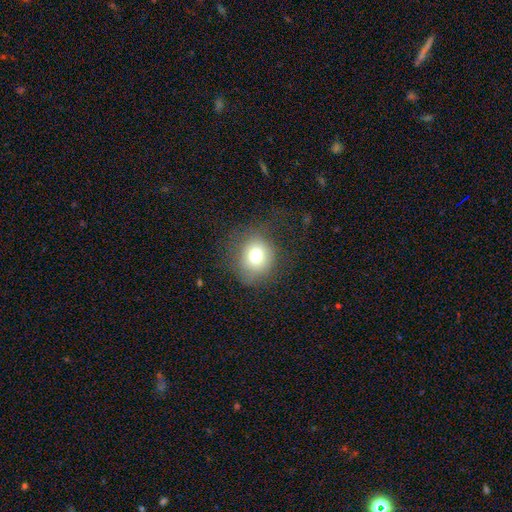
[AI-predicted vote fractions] Morphology: type=smooth (74%); roundness=round (81%); merging=none (72%).